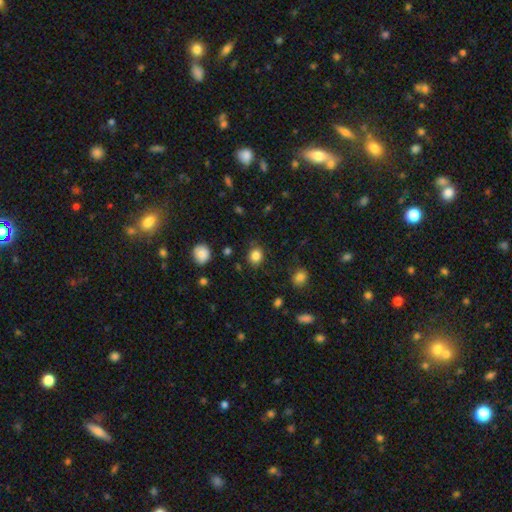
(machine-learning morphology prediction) This appears to be a smooth galaxy with no disk features (85%) that is round (63%). Merging: none (80%).